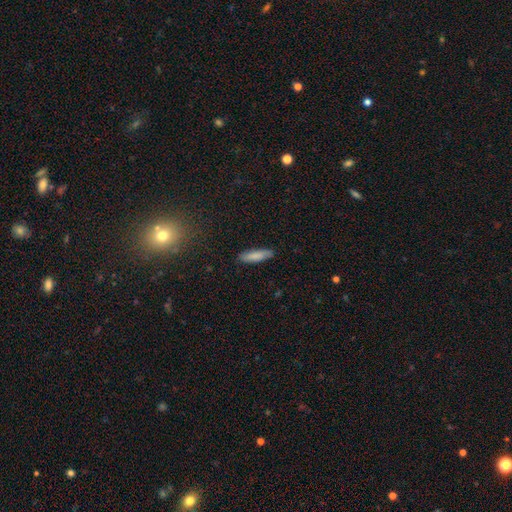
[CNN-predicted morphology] Smooth or featured? Predicted: smooth (p=0.83). How rounded? Predicted: cigar-shaped (p=0.70). Merging? Predicted: none (p=0.85).